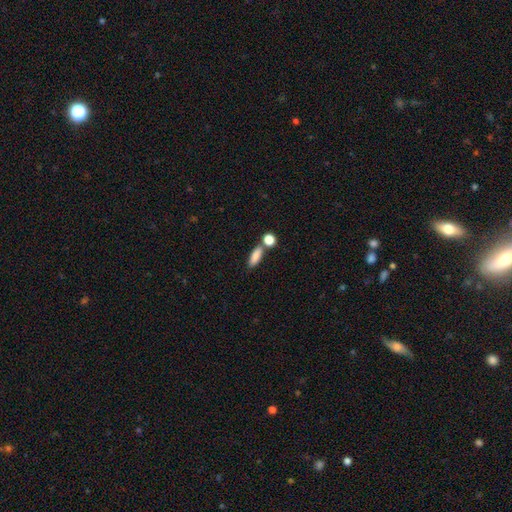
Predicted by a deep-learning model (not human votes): A smooth galaxy with no disk features (84%) that is in between round and cigar-shaped (65%). Merging: none (62%).